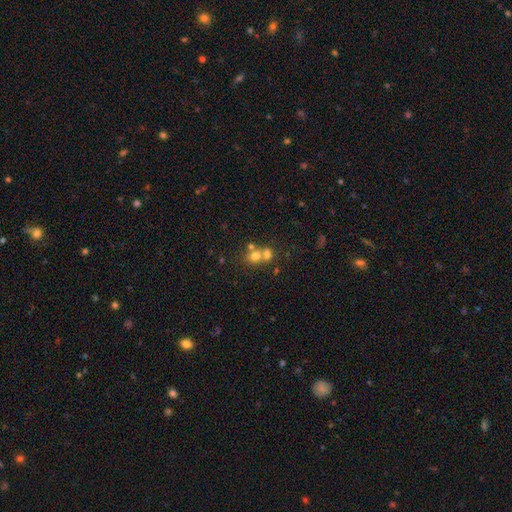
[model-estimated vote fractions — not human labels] This appears to be a smooth galaxy with no disk features (67%) that is round (76%). Merging: merger (58%).